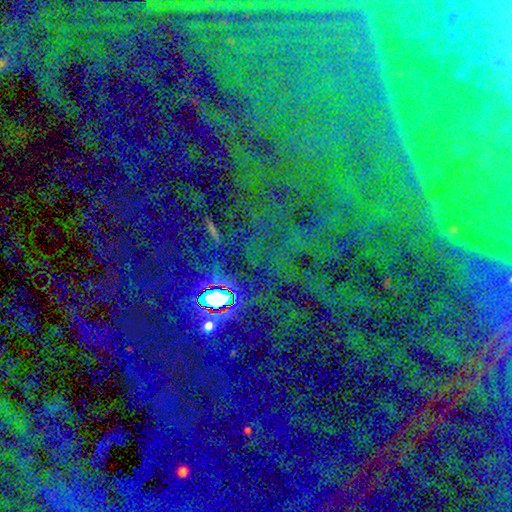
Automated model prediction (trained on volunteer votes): A star or artifact, not a galaxy (83%).

Vote fractions:
- Smooth or featured? star or artifact: 83% / smooth: 9% / featured or disk: 8%